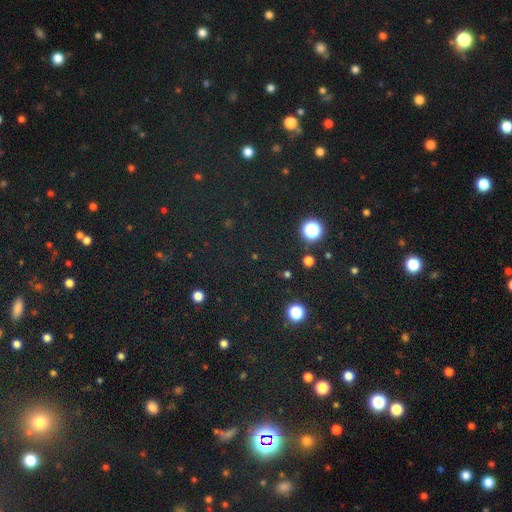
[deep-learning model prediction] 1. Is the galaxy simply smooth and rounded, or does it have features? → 73% star or artifact, 20% smooth, 7% featured or disk.